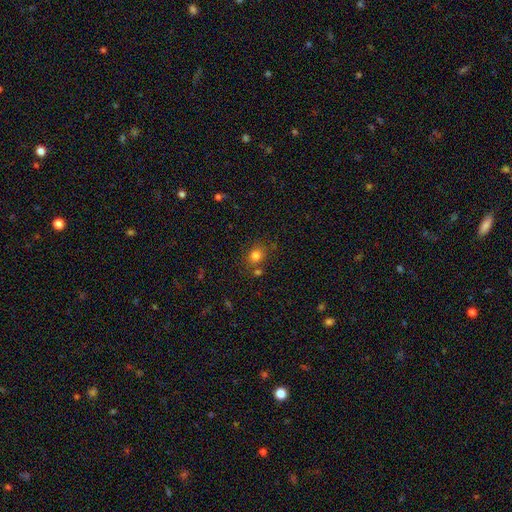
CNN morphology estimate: smooth-or-featured: smooth: 79% | star or artifact: 14% | featured or disk: 7%
  how-rounded: round: 70% | in between: 29% | cigar-shaped: 1%
  merging: none: 72% | minor disturbance: 13% | merger: 11% | major disturbance: 4%